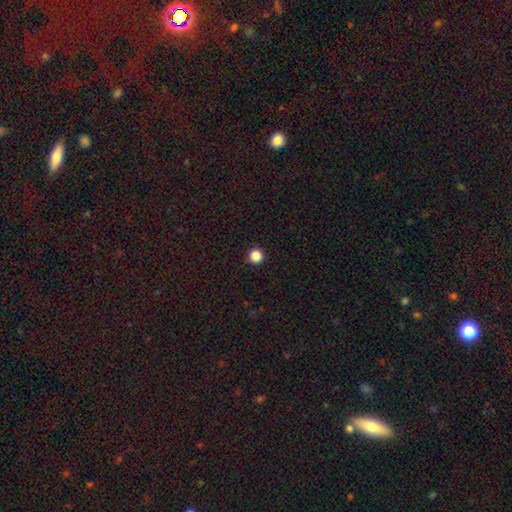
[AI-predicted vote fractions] smooth 86%, star or artifact 11%, featured or disk 3%. Down the decision tree: how rounded — round (96%); merging — none (94%).